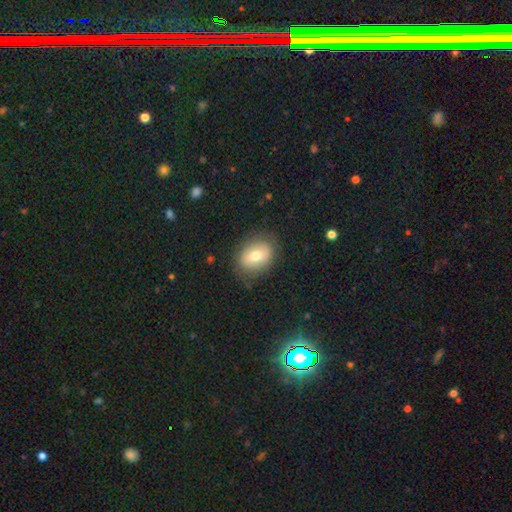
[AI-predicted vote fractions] The model was most divided on "how rounded": in between: 67%, round: 31%, cigar-shaped: 1%. More confident: merging — none (81%); smooth or featured — smooth (67%).